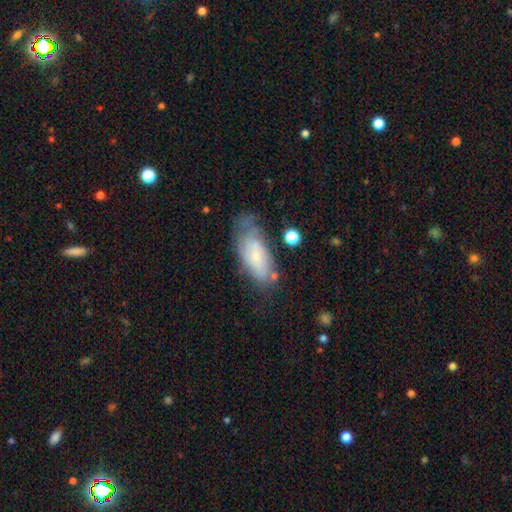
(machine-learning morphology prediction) The model was most divided on "smooth or featured": smooth: 51%, featured or disk: 41%, star or artifact: 8%. Remaining: how rounded — in between (82%); merging — none (48%).